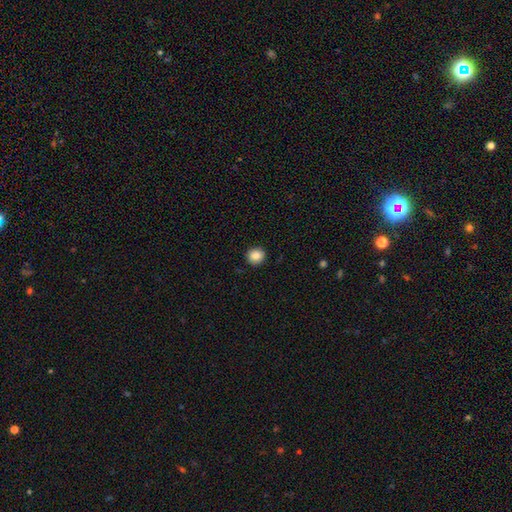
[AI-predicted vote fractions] Overall: smooth (86%). How rounded: round (89%). Merging: none (91%).